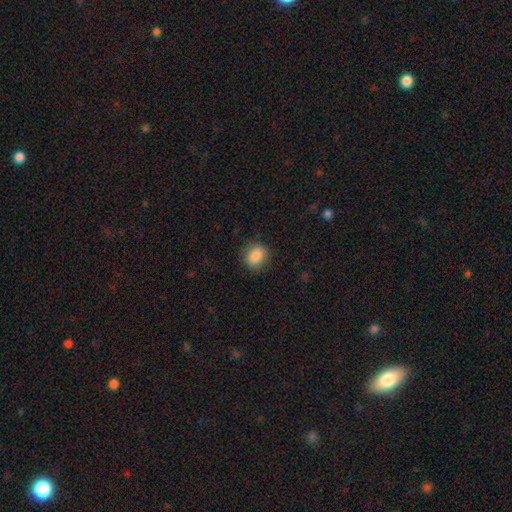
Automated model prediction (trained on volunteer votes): A smooth galaxy with no disk features (87%) that is round (62%). Merging: none (85%).